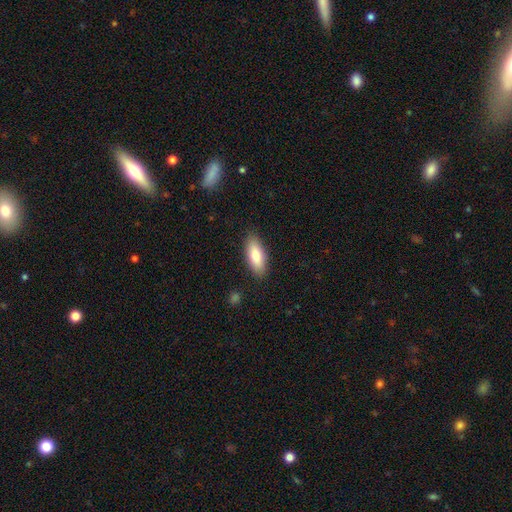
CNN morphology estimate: Smooth or featured? smooth (82%)
How rounded? in between (77%)
Merging? none (86%)